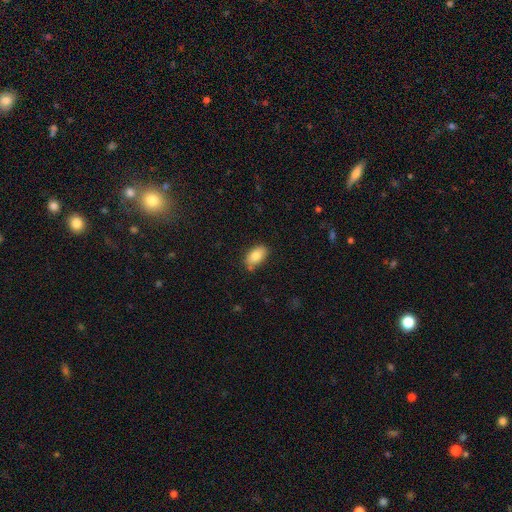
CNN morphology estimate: Smooth or featured? smooth (82%)
How rounded? in between (92%)
Merging? none (79%)